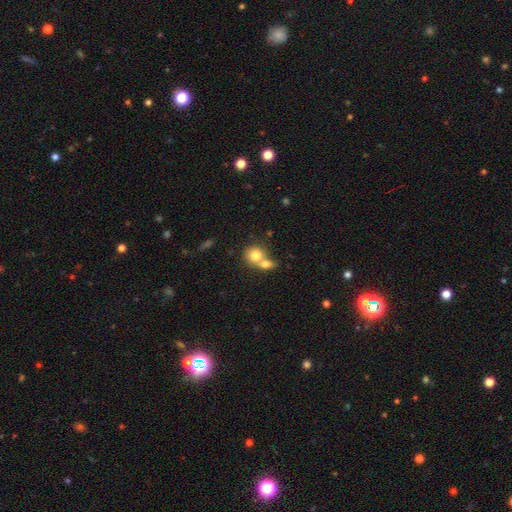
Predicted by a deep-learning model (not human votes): Smooth or featured?
  - smooth: 77% *
  - featured or disk: 15%
  - star or artifact: 8%
How rounded?
  - round: 73% *
  - in between: 26%
  - cigar-shaped: 1%
Merging?
  - merger: 62% *
  - none: 28%
  - minor disturbance: 7%
  - major disturbance: 3%